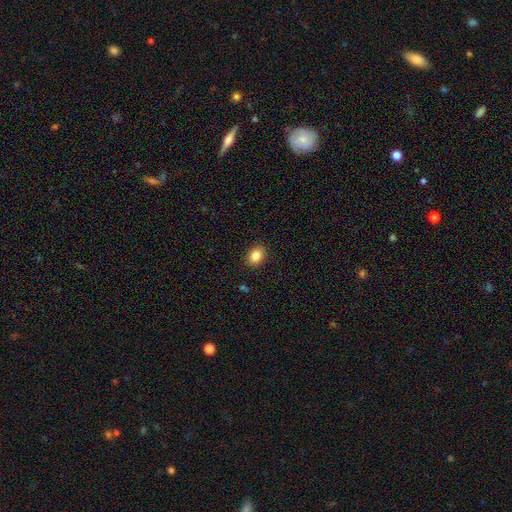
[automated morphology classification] This appears to be a smooth galaxy with no disk features (85%) that is in between round and cigar-shaped (64%). Merging: none (89%).